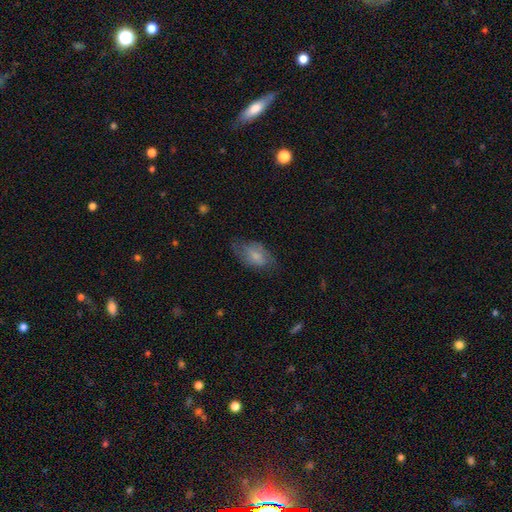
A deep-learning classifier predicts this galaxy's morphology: Smooth or featured? Predicted: smooth (p=0.58). How rounded? Predicted: in between (p=0.91). Merging? Predicted: none (p=0.58).